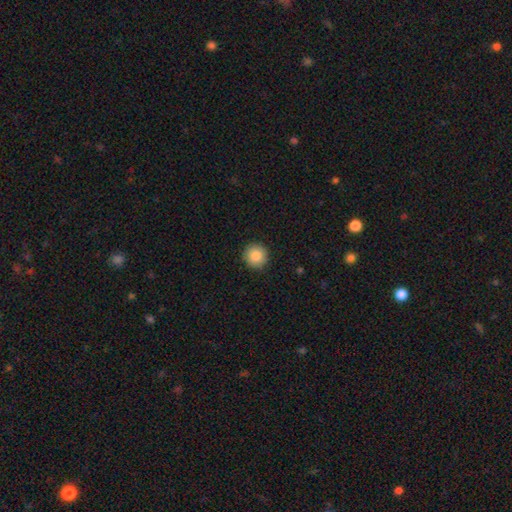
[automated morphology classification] This is clearly a smooth galaxy (87%). How rounded: clearly round (95%). Merging: clearly none (92%).